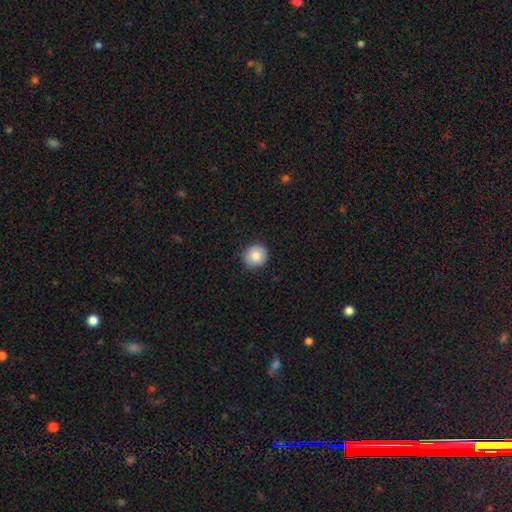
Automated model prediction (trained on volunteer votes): Smooth or featured? smooth (82%)
How rounded? round (92%)
Merging? none (89%)